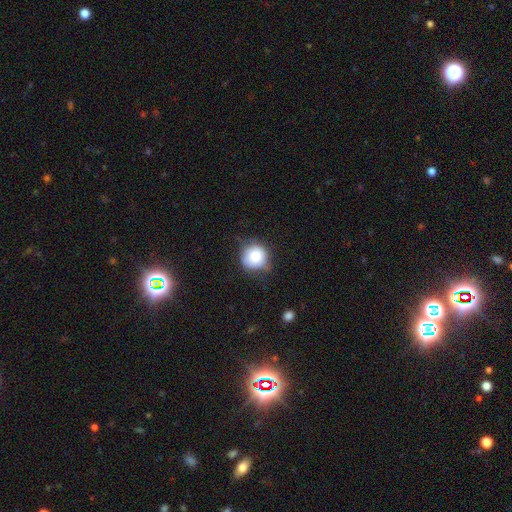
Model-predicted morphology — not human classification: Q: Smooth or featured?
A: smooth (78%); runner-up: featured or disk (13%)
Q: How rounded?
A: round (90%); runner-up: in between (9%)
Q: Merging?
A: none (58%); runner-up: minor disturbance (32%)